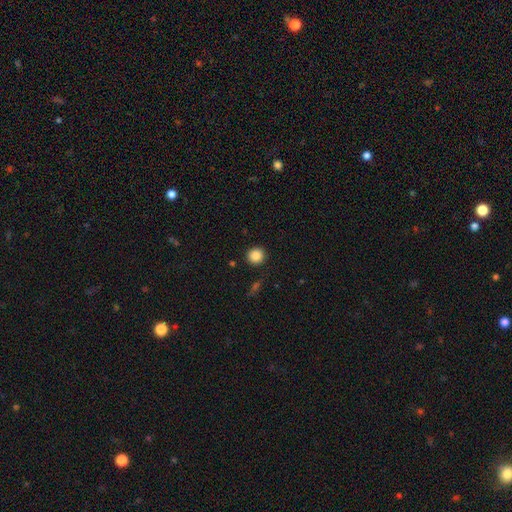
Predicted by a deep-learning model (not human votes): The model was most divided on "smooth or featured": smooth: 86%, star or artifact: 10%, featured or disk: 4%. More confident: how rounded — round (91%); merging — none (91%).